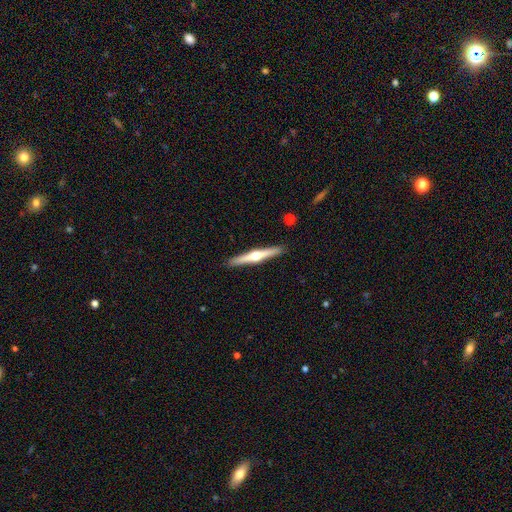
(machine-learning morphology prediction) featured or disk 70%, smooth 25%, star or artifact 5%. Down the decision tree: edge-on disk — yes (98%); edge-on bulge — rounded (94%); merging — none (92%).